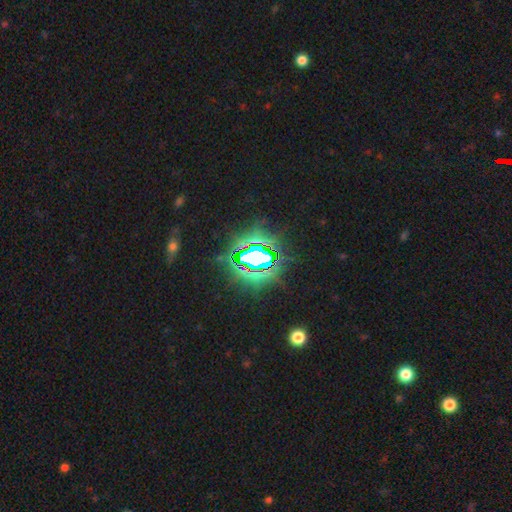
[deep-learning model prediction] Overall: star or artifact (78%).